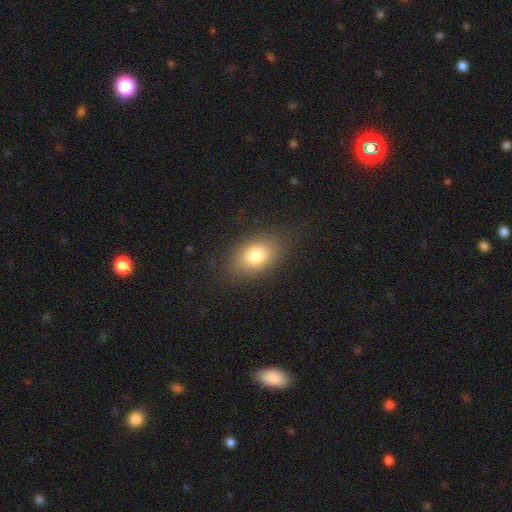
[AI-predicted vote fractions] Overall: smooth (80%). How rounded: in between (81%). Merging: none (83%).